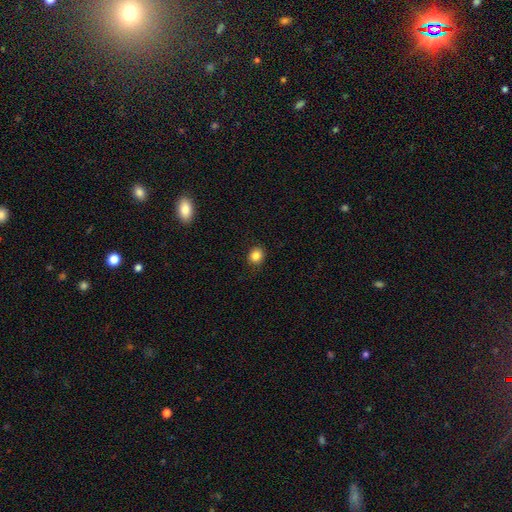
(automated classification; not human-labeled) A smooth galaxy with no disk features (84%) that is round (75%). Merging: none (88%).